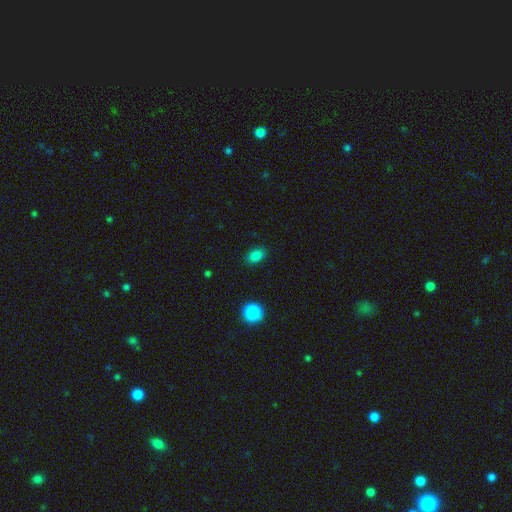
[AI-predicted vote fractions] smooth-or-featured: smooth: 84% | star or artifact: 12% | featured or disk: 4%
  how-rounded: in between: 83% | round: 16% | cigar-shaped: 2%
  merging: none: 87% | minor disturbance: 9% | major disturbance: 3% | merger: 1%